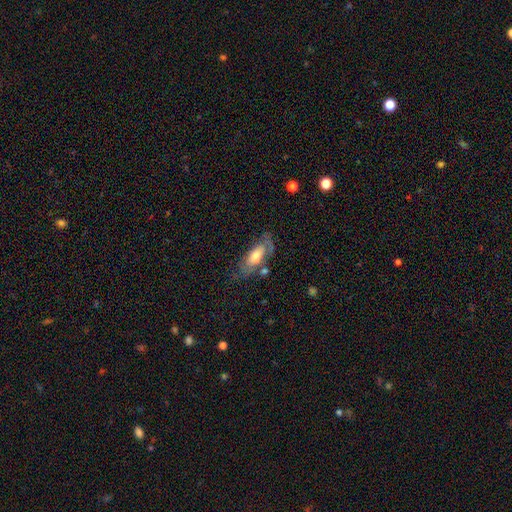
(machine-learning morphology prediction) This appears to be a featured or disk galaxy (47%). Merging: none (57%).